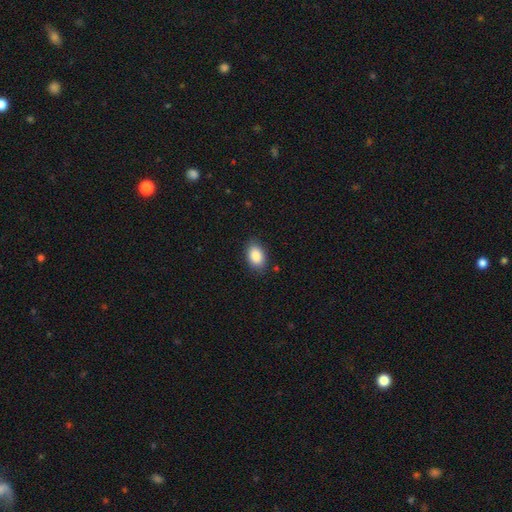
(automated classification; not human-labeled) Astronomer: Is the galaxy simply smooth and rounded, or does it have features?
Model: smooth — 88%.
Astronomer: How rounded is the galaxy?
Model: in between — 88%.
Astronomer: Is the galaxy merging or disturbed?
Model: none — 86%.